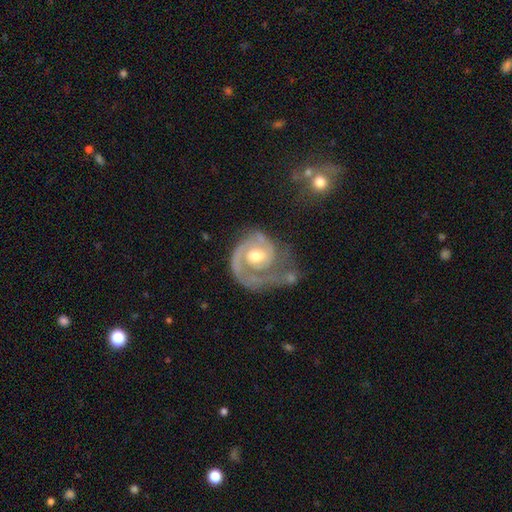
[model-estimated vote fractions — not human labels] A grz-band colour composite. It shows a featured or disk galaxy (88%) with no bar (66%), 1 (49%) tight (58%) spiral arms (96%) and a moderate central bulge (74%). Merging: none (44%).